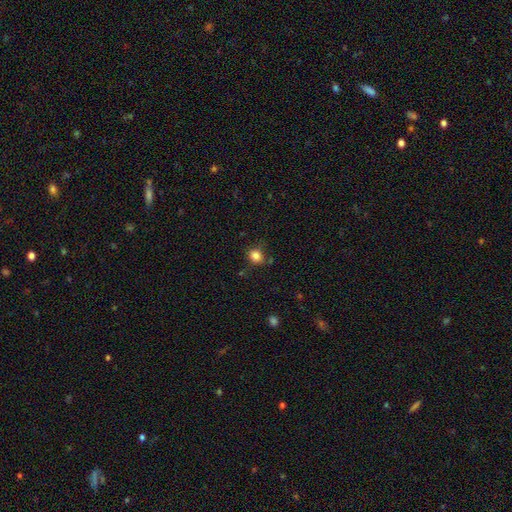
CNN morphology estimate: The model was most divided on "how rounded": round: 65%, in between: 34%, cigar-shaped: 1%. More confident: smooth or featured — smooth (83%); merging — none (76%).